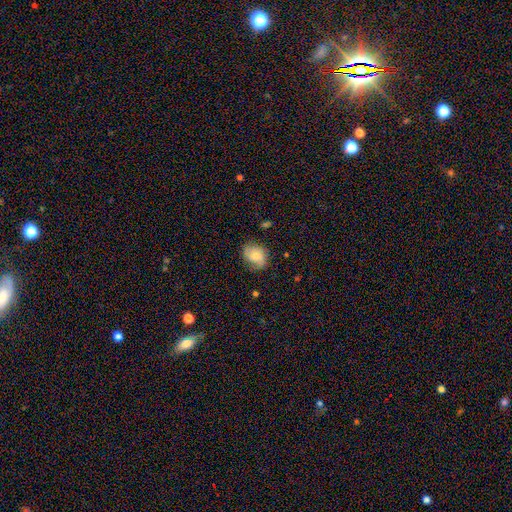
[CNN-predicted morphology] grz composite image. It shows a smooth galaxy with no disk features (59%) that is round (52%). Merging: none (71%).